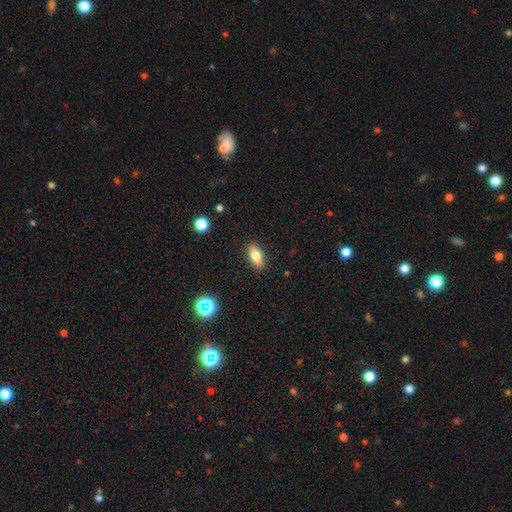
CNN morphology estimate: A smooth galaxy with no disk features (72%) that is in between round and cigar-shaped (79%).

Vote fractions:
- Smooth or featured? smooth: 72% / featured or disk: 19% / star or artifact: 8%
- How rounded? in between: 79% / cigar-shaped: 16% / round: 5%
- Merging? none: 89% / minor disturbance: 8% / major disturbance: 2% / merger: 1%